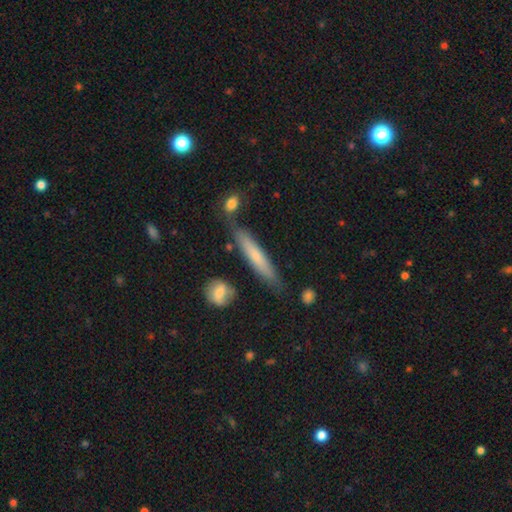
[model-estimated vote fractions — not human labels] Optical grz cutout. It shows a smooth galaxy with no disk features (62%) that is cigar-shaped (90%). Merging: none (77%).